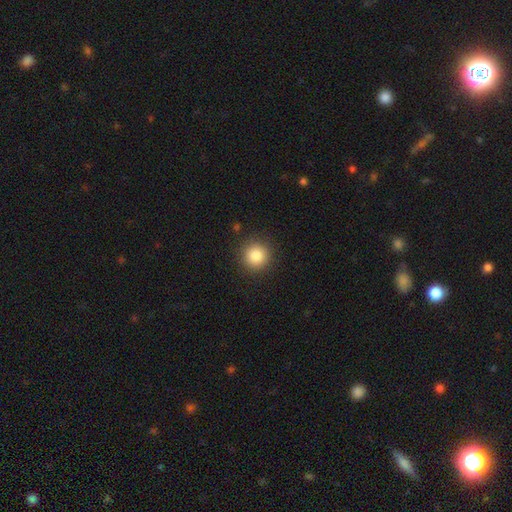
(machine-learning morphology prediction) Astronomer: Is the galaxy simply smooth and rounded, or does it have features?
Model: smooth — 85%.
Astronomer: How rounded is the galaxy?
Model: round — 95%.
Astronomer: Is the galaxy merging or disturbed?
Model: none — 90%.